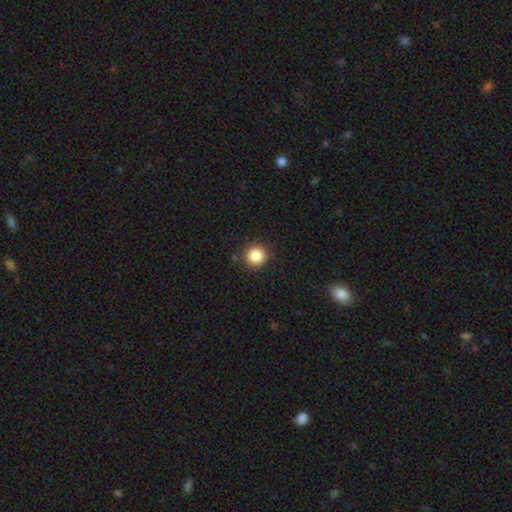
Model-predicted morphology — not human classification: The model was most divided on "smooth or featured": smooth: 85%, star or artifact: 10%, featured or disk: 4%. More confident: how rounded — round (94%); merging — none (89%).